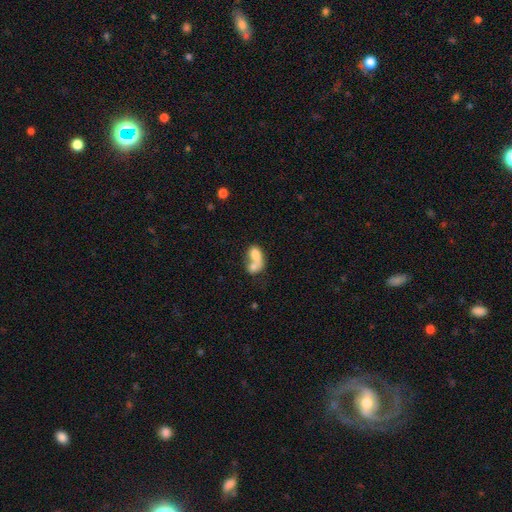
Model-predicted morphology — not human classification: A smooth galaxy with no disk features (69%) that is in between round and cigar-shaped (79%). Merging: merger (73%).